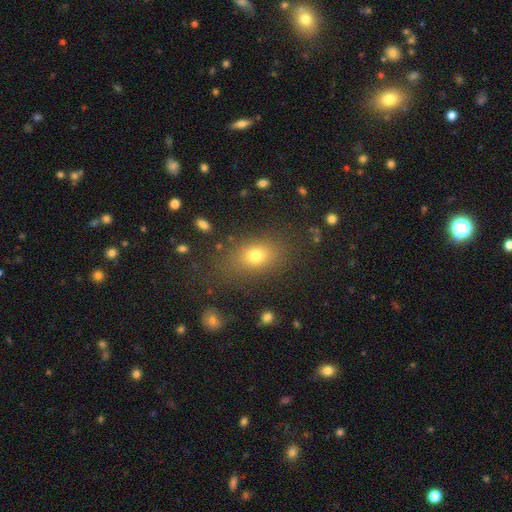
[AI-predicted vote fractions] This appears to be a smooth galaxy with no disk features (73%) that is in between round and cigar-shaped (72%). Merging: none (76%).